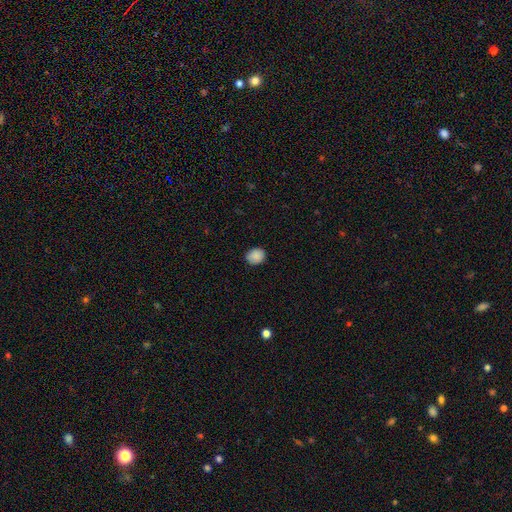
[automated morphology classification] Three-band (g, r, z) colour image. It shows a smooth galaxy with no disk features (89%) that is round (62%). Merging: none (86%).